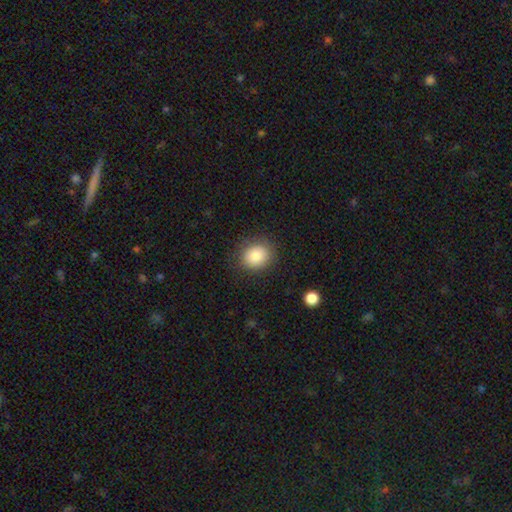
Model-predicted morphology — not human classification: smooth_or_featured: smooth (p=0.84) [alt: star or artifact p=0.09]
how_rounded: round (p=0.73) [alt: in between p=0.27]
merging: none (p=0.86) [alt: minor disturbance p=0.09]